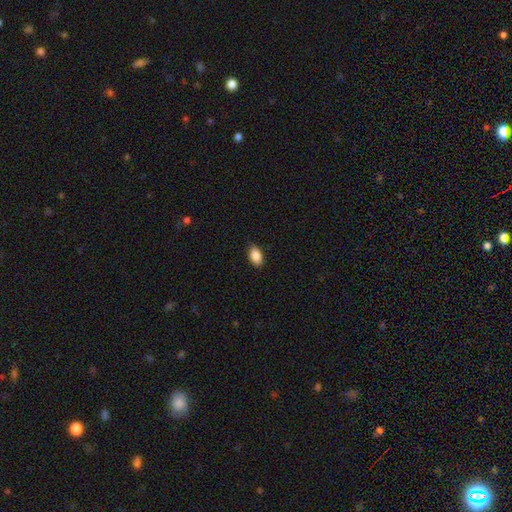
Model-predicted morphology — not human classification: Smooth or featured: smooth — 88% (star or artifact — 7%)
How rounded: in between — 92% (round — 5%)
Merging: none — 87% (minor disturbance — 10%)